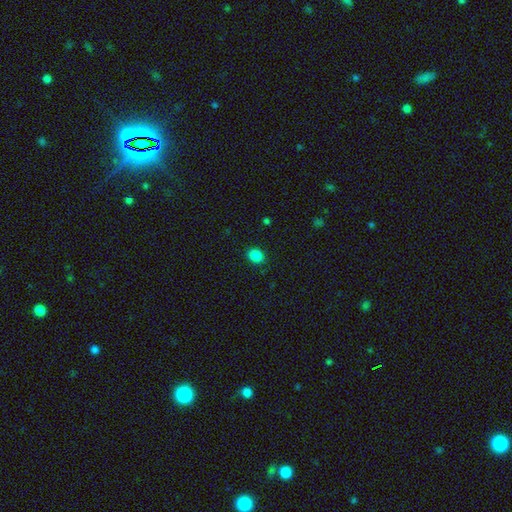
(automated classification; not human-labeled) Overall: smooth (86%). How rounded: round (56%; in between 43%). Merging: none (89%).